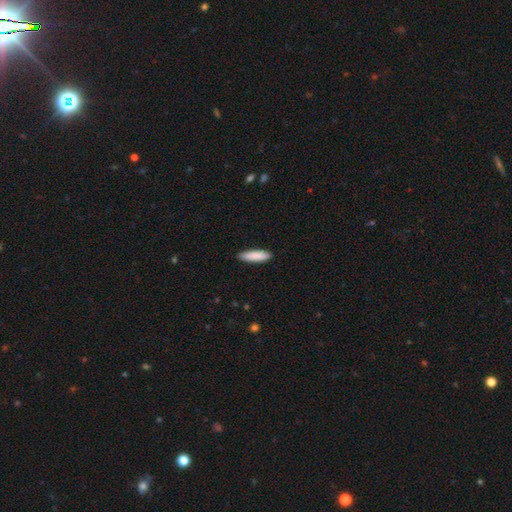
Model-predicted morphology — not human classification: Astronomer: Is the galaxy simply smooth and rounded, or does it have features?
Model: smooth — 88%.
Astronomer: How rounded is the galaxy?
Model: cigar-shaped — 66%.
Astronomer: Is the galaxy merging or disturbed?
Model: none — 89%.